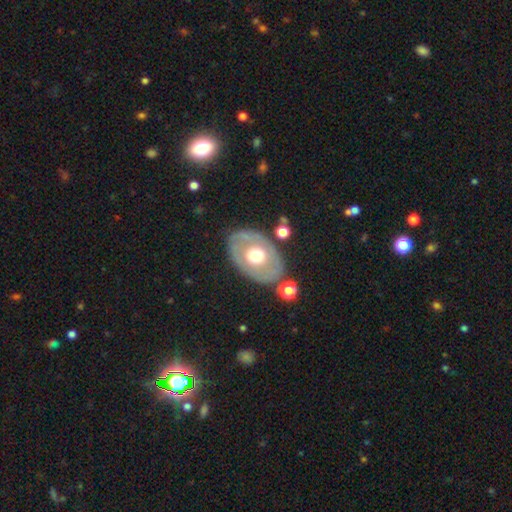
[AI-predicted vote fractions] This appears to be a featured or disk galaxy (50%). Merging: none (77%).